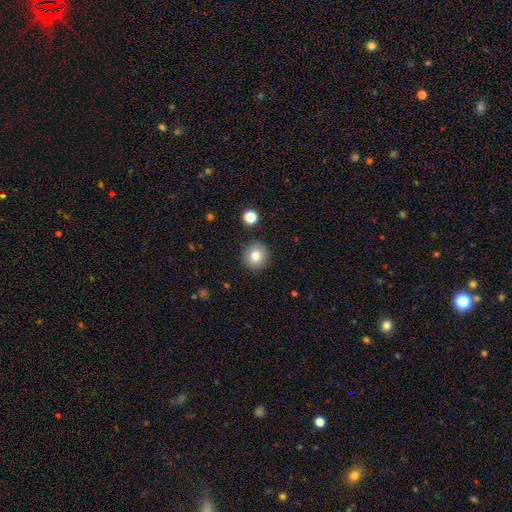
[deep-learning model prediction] Overall: smooth (80%). How rounded: round (92%). Merging: none (89%).